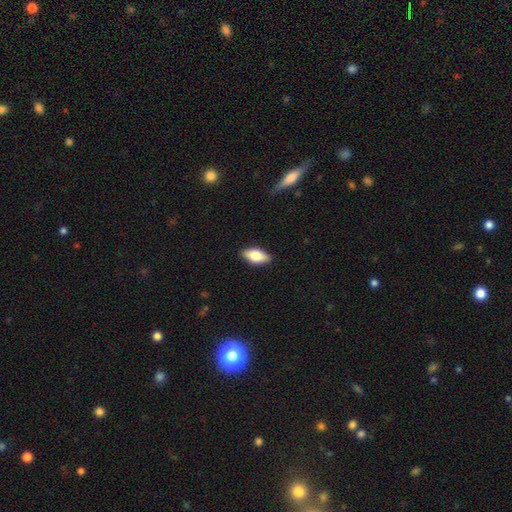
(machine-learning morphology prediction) A smooth galaxy with no disk features (71%) that is in between round and cigar-shaped (85%). Merging: none (88%).